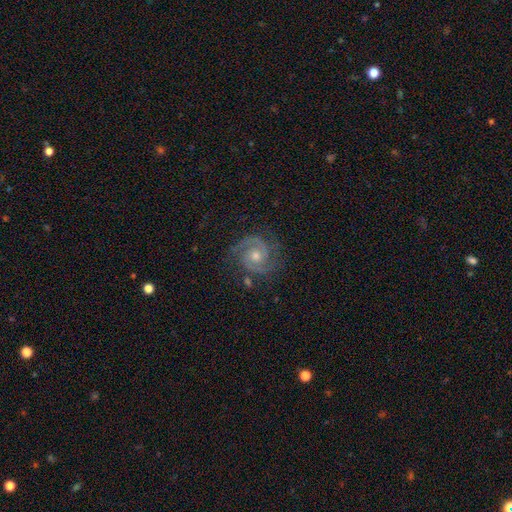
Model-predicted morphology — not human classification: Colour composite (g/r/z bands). It shows a featured or disk galaxy (90%) with no bar (65%), 2 (91%) tight (52%) spiral arms (98%) and a moderate central bulge (59%). Merging: none (83%).